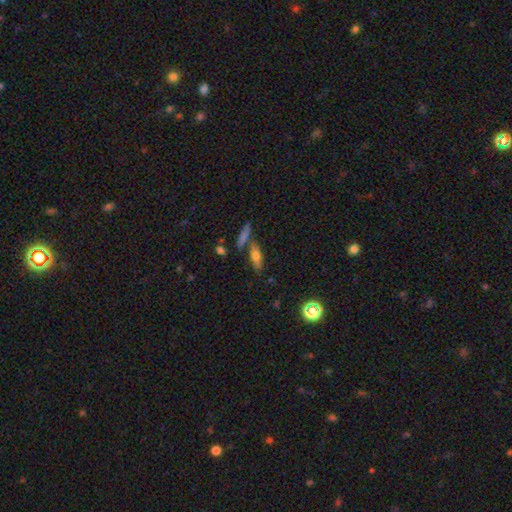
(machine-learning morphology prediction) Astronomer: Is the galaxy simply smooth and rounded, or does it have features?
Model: smooth — 62%.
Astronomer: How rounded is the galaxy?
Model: cigar-shaped — 50% (runner-up: in between, 47%).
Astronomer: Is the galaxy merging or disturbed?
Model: none — 67%.